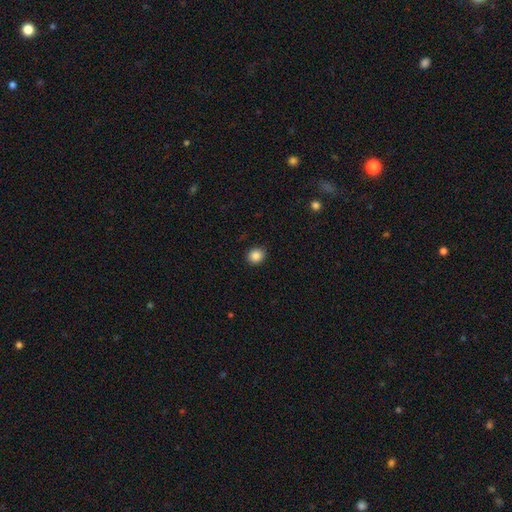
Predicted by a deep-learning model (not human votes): A smooth galaxy with no disk features (86%) that is round (75%). Merging: none (90%).